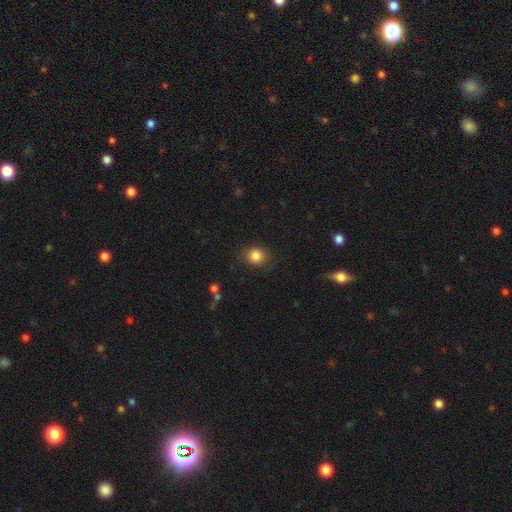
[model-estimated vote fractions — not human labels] smooth-or-featured: smooth: 85% | star or artifact: 10% | featured or disk: 4%
  how-rounded: round: 80% | in between: 20% | cigar-shaped: 1%
  merging: none: 86% | minor disturbance: 10% | major disturbance: 3% | merger: 1%